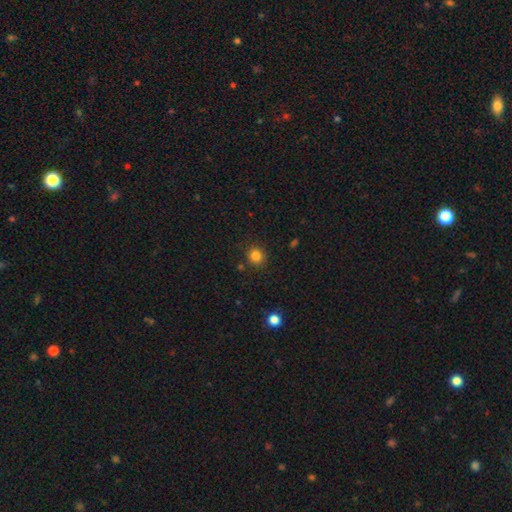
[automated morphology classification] This is clearly a smooth galaxy (82%). How rounded: clearly round (86%). Merging: clearly none (87%).